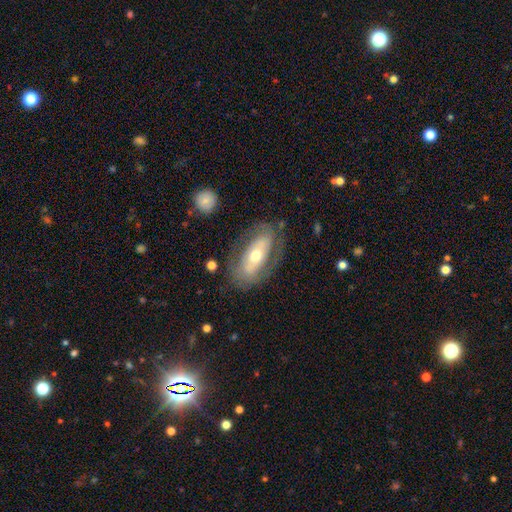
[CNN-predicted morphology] This appears to be a featured or disk galaxy (60%) with no bar (49%), no spiral arms (57%) and a moderate central bulge (61%). Merging: none (71%).